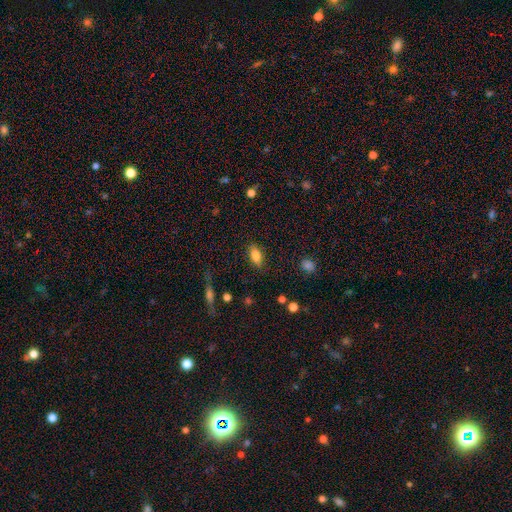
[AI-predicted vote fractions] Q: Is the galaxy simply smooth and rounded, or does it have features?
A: smooth — 83%.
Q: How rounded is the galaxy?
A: in between — 89%.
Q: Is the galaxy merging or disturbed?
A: none — 85%.